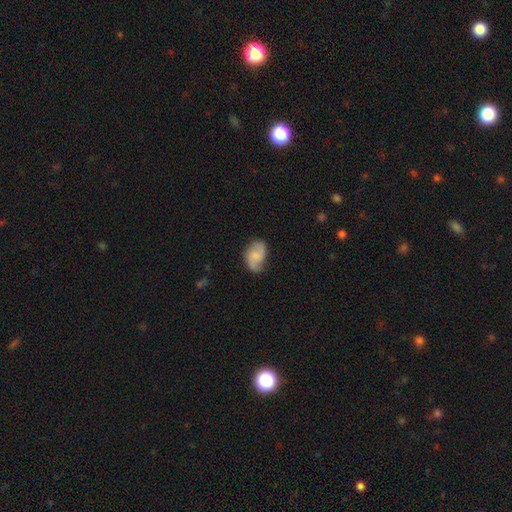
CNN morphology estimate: Smooth or featured? Predicted: smooth (p=0.51). How rounded? Predicted: in between (p=0.85). Merging? Predicted: none (p=0.63).